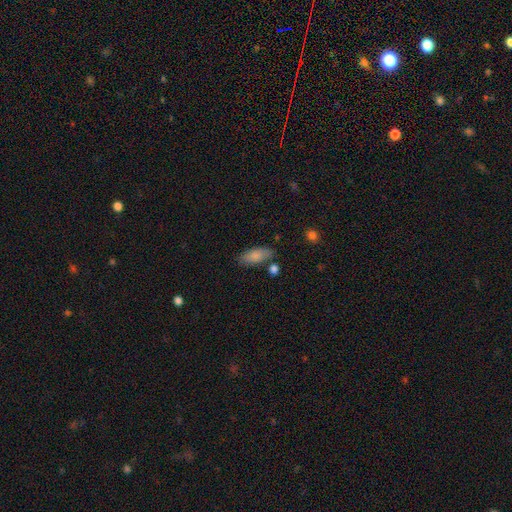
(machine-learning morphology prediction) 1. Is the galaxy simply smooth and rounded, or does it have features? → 83% smooth, 10% featured or disk, 7% star or artifact.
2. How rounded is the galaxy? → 86% in between, 12% cigar-shaped, 2% round.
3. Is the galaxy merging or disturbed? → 73% none, 17% minor disturbance, 7% merger, 4% major disturbance.